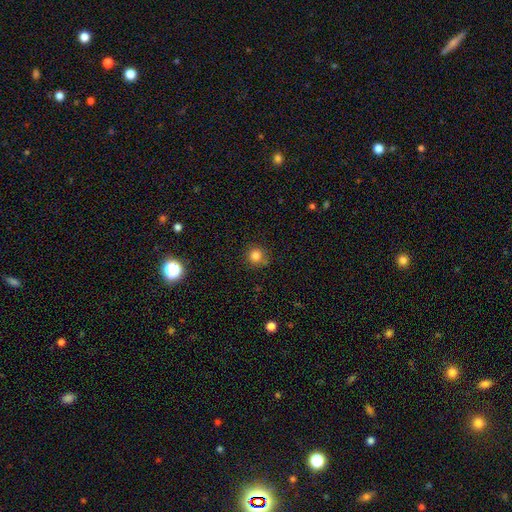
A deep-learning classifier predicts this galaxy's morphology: type=smooth (82%); roundness=round (93%); merging=none (85%).